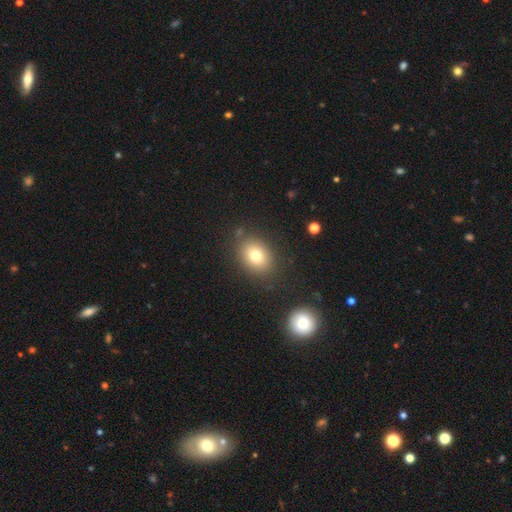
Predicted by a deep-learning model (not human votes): Morphology: type=smooth (76%); roundness=in between (58%); merging=none (82%).